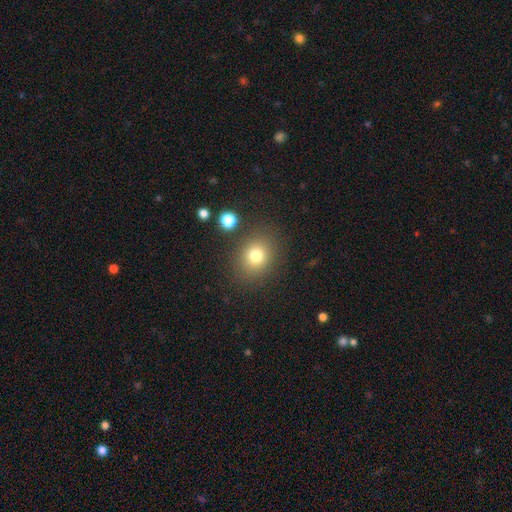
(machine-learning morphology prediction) Overall: smooth (77%). How rounded: round (65%; in between 34%). Merging: none (83%).